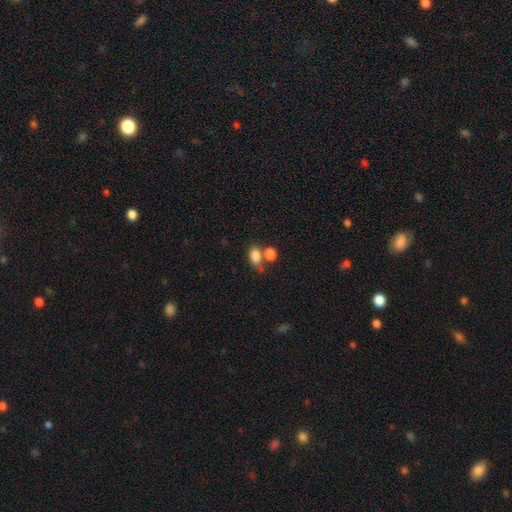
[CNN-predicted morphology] This is clearly a smooth galaxy (82%). How rounded: clearly in between (84%). Merging: marginally none (45%).